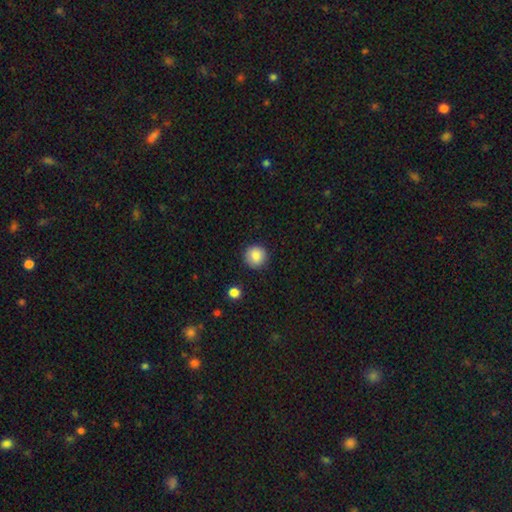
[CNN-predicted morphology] Smooth or featured?
  - smooth: 86% *
  - star or artifact: 9%
  - featured or disk: 5%
How rounded?
  - round: 94% *
  - in between: 5%
  - cigar-shaped: 1%
Merging?
  - none: 90% *
  - minor disturbance: 6%
  - major disturbance: 2%
  - merger: 1%